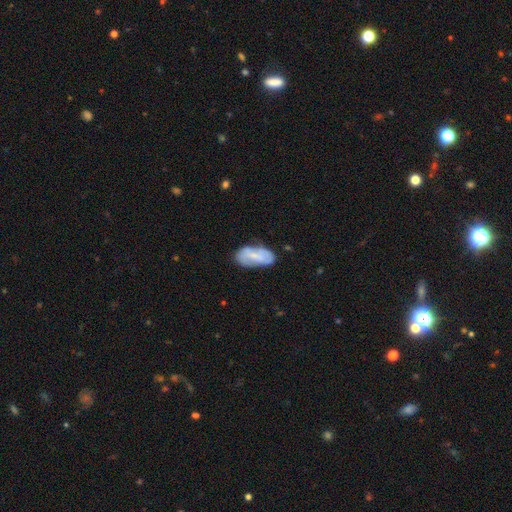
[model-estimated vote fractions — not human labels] Q: Smooth or featured?
A: smooth (48%); runner-up: featured or disk (45%)
Q: Merging?
A: none (66%); runner-up: minor disturbance (24%)